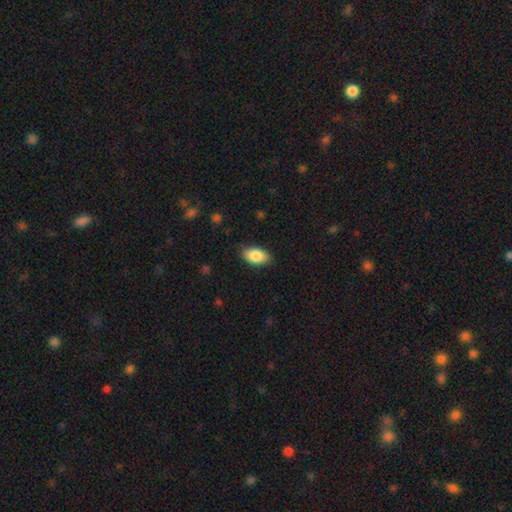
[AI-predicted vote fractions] Smooth or featured?
  - smooth: 86% *
  - featured or disk: 8%
  - star or artifact: 7%
How rounded?
  - in between: 92% *
  - round: 5%
  - cigar-shaped: 2%
Merging?
  - none: 83% *
  - minor disturbance: 14%
  - major disturbance: 3%
  - merger: 1%